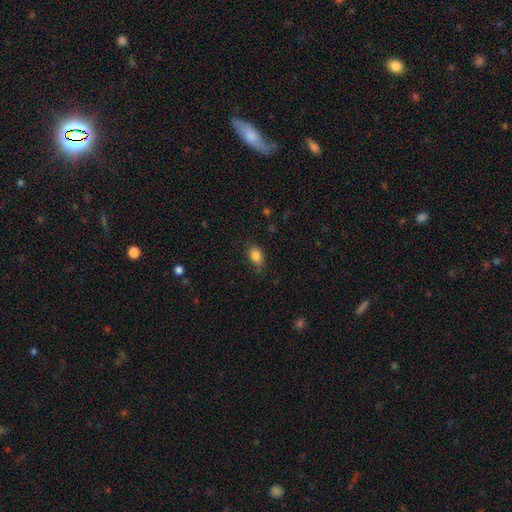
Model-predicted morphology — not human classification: smooth_or_featured: smooth (p=0.85) [alt: star or artifact p=0.09]
how_rounded: in between (p=0.82) [alt: round p=0.16]
merging: none (p=0.77) [alt: minor disturbance p=0.18]